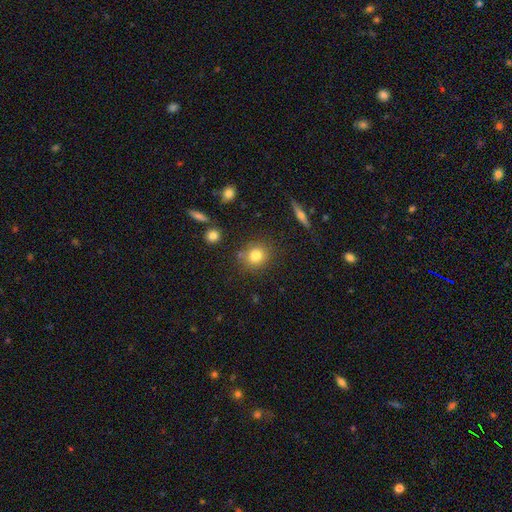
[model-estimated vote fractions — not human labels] Smooth or featured? Predicted: smooth (p=0.79). How rounded? Predicted: round (p=0.82). Merging? Predicted: none (p=0.80).